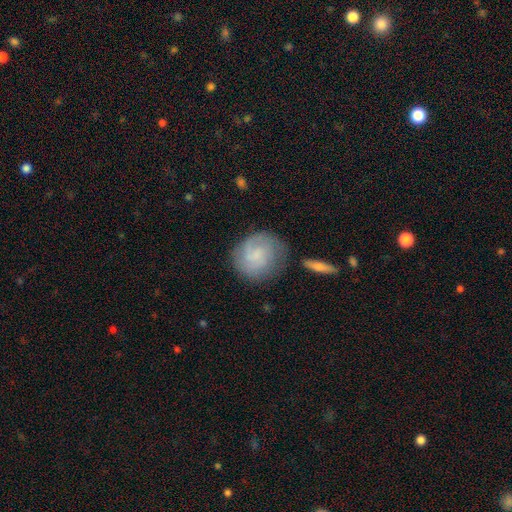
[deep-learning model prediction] A smooth galaxy with no disk features (53%) that is round (80%).

Vote fractions:
- Smooth or featured? smooth: 53% / featured or disk: 40% / star or artifact: 7%
- How rounded? round: 80% / in between: 19% / cigar-shaped: 1%
- Merging? none: 65% / minor disturbance: 20% / major disturbance: 10% / merger: 5%